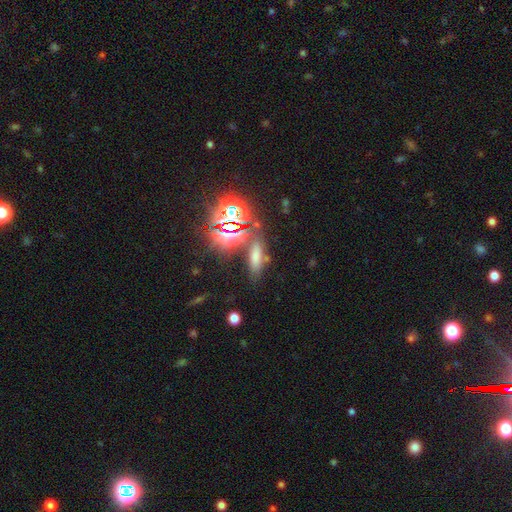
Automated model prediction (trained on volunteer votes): Overall: smooth (56%; star or artifact 33%). How rounded: in between (52%; cigar-shaped 39%). Merging: none (68%).